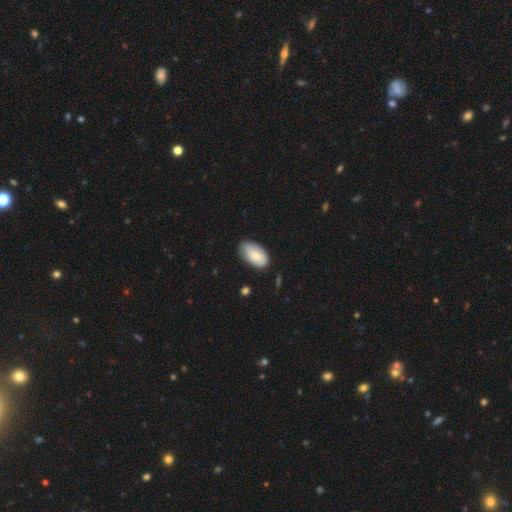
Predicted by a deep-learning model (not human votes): Smooth or featured? smooth (82%)
How rounded? in between (95%)
Merging? none (72%)